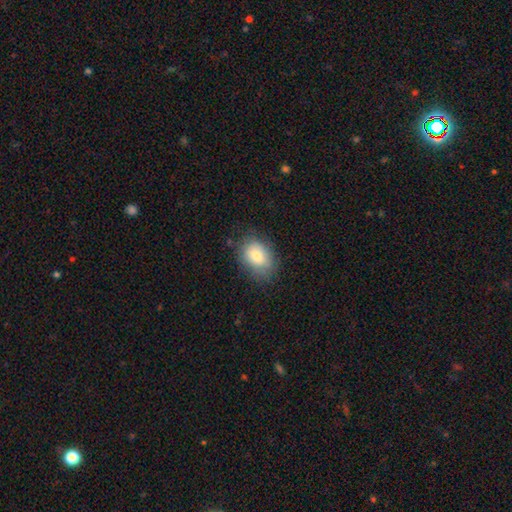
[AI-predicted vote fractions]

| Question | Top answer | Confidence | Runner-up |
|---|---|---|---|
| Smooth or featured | smooth | 79% | featured or disk (13%) |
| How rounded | in between | 77% | round (22%) |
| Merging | none | 76% | minor disturbance (18%) |